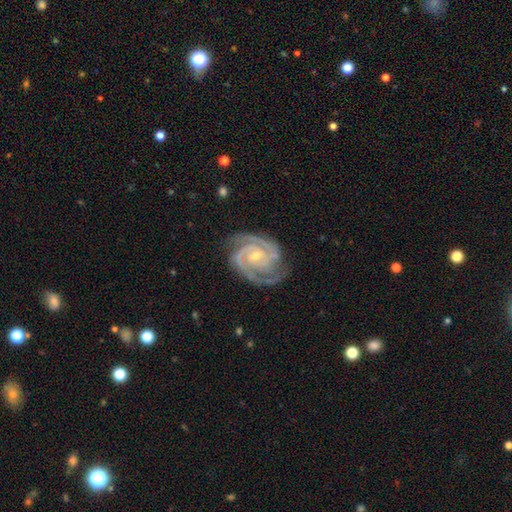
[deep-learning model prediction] Overall: featured or disk (93%). Edge-on disk: no (98%). Bar: no (56%; weak 31%). Spiral arms: yes (99%). Spiral arm count: 2 (62%; 3 24%). Spiral winding: tight (69%). Bulge size: small (67%; moderate 30%). Merging: none (78%).